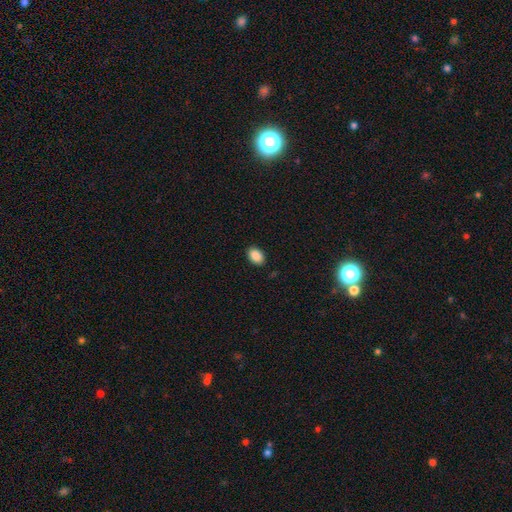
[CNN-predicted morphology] A smooth galaxy with no disk features (89%) that is in between round and cigar-shaped (85%).

Vote fractions:
- Smooth or featured? smooth: 89% / star or artifact: 8% / featured or disk: 4%
- How rounded? in between: 85% / round: 14% / cigar-shaped: 1%
- Merging? none: 89% / minor disturbance: 8% / major disturbance: 2% / merger: 1%